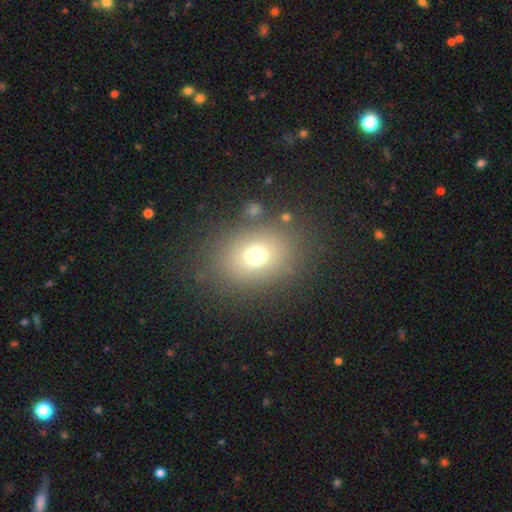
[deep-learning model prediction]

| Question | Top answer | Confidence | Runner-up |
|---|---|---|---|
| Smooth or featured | smooth | 71% | star or artifact (17%) |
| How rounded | in between | 52% | round (47%) |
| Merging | none | 81% | minor disturbance (10%) |